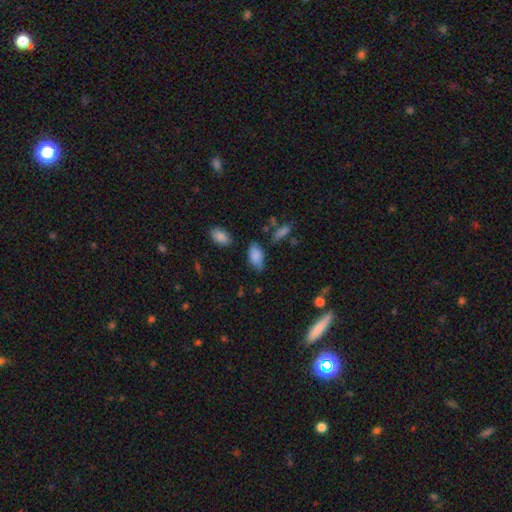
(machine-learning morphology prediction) Smooth or featured?
  - smooth: 79% *
  - featured or disk: 12%
  - star or artifact: 9%
How rounded?
  - in between: 91% *
  - round: 5%
  - cigar-shaped: 3%
Merging?
  - none: 52% *
  - minor disturbance: 33%
  - major disturbance: 10%
  - merger: 4%